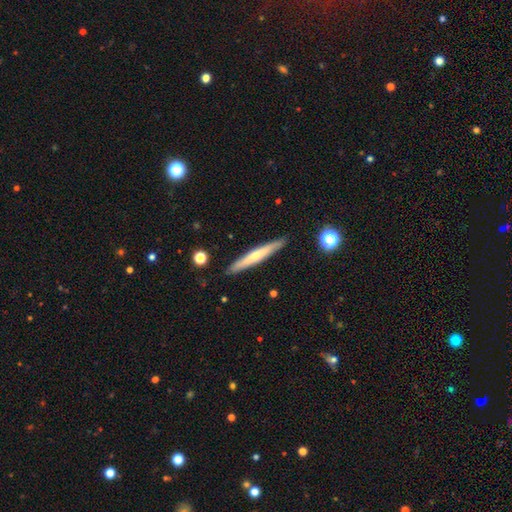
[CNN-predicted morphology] This appears to be a smooth galaxy with no disk features (51%) that is cigar-shaped (96%). Merging: none (90%).